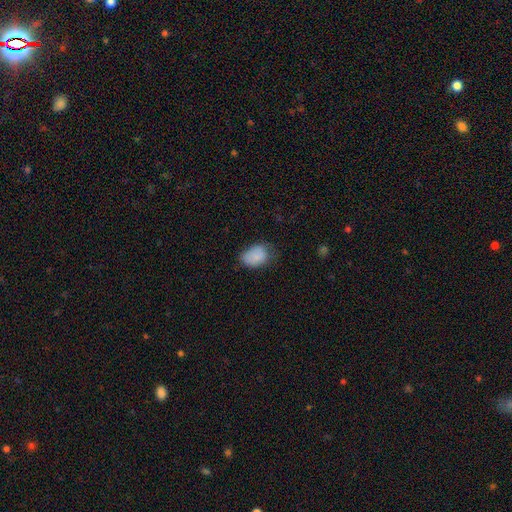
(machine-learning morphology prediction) Q: Smooth or featured?
A: smooth (85%); runner-up: star or artifact (8%)
Q: How rounded?
A: in between (81%); runner-up: round (18%)
Q: Merging?
A: none (52%); runner-up: minor disturbance (36%)